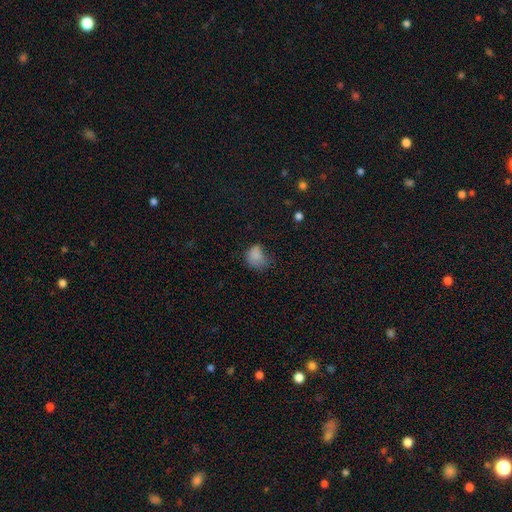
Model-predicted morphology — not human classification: This is likely a smooth galaxy (80%). How rounded: possibly round (50%). Merging: marginally minor disturbance (37%).